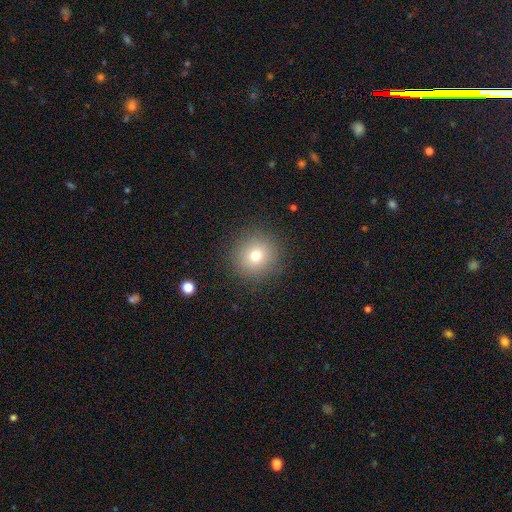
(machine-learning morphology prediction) Smooth or featured?
  - smooth: 75% *
  - star or artifact: 14%
  - featured or disk: 11%
How rounded?
  - round: 94% *
  - in between: 5%
  - cigar-shaped: 1%
Merging?
  - none: 90% *
  - minor disturbance: 6%
  - major disturbance: 3%
  - merger: 1%